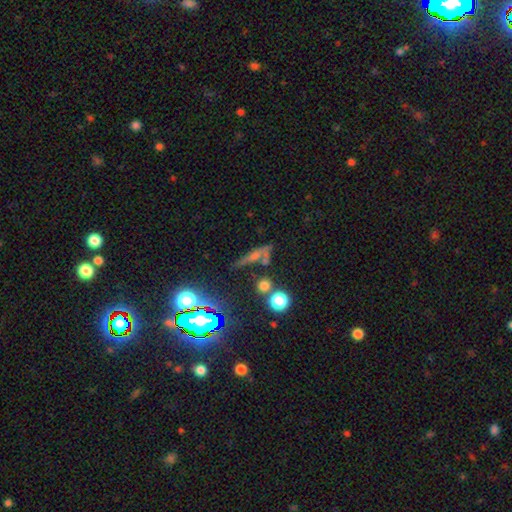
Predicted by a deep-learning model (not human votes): The model was most divided on "smooth or featured": smooth: 43%, featured or disk: 30%, star or artifact: 26%. Remaining: merging — none (47%).